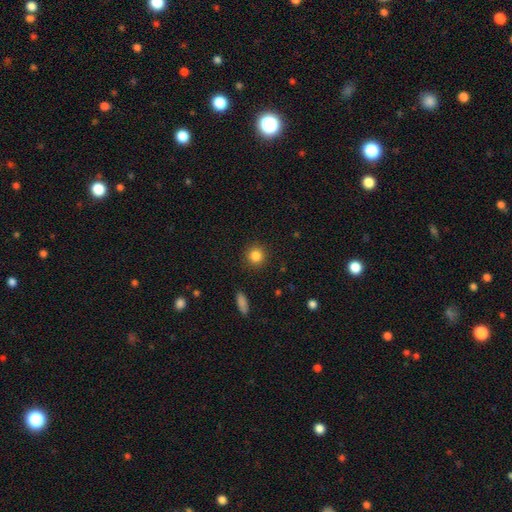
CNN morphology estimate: Overall: smooth (85%). How rounded: round (92%). Merging: none (91%).